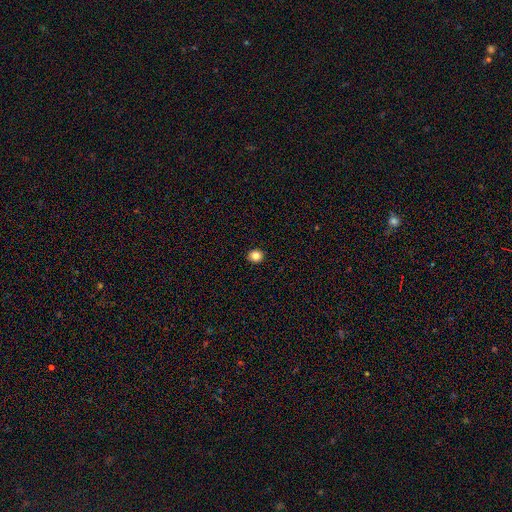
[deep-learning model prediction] Smooth or featured: smooth — 83% (star or artifact — 11%)
How rounded: round — 88% (in between — 11%)
Merging: none — 93% (minor disturbance — 4%)